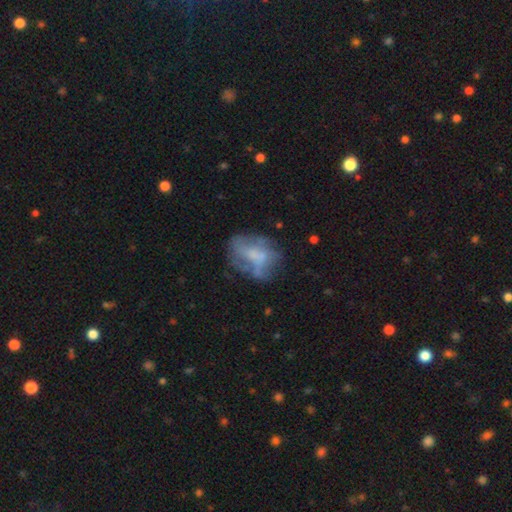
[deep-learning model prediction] Smooth or featured? Predicted: featured or disk (p=0.49). Merging? Predicted: none (p=0.47).